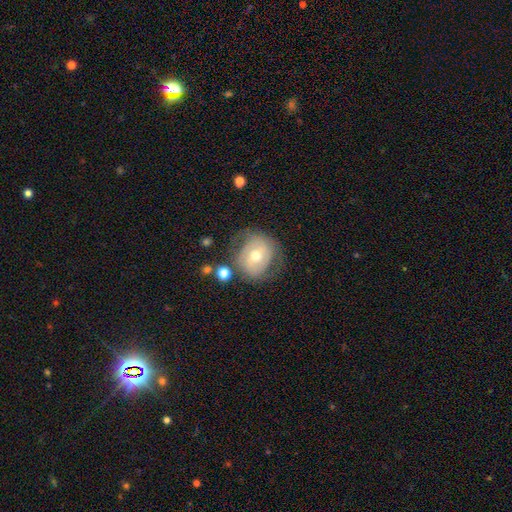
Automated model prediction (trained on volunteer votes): A featured or disk galaxy (52%) with no bar (64%), spiral arms (60%) and a moderate central bulge (64%). Merging: none (57%).